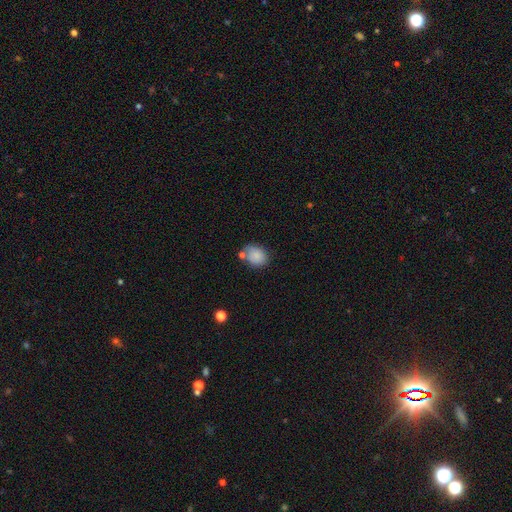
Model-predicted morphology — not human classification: Smooth or featured?
  - smooth: 84% *
  - star or artifact: 8%
  - featured or disk: 8%
How rounded?
  - in between: 54% *
  - round: 45%
  - cigar-shaped: 1%
Merging?
  - none: 61% *
  - minor disturbance: 19%
  - merger: 14%
  - major disturbance: 6%